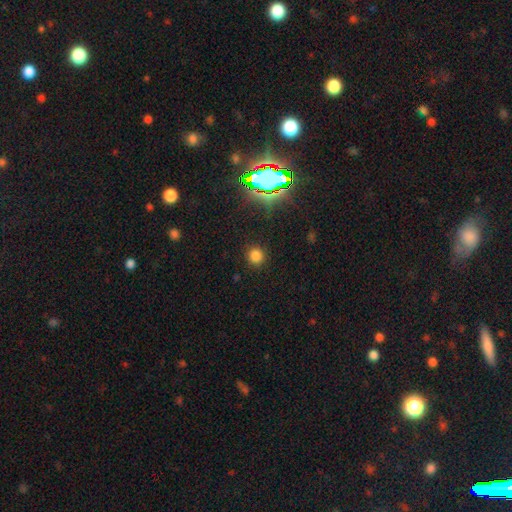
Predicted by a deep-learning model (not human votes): Smooth or featured: smooth — 76% (star or artifact — 19%)
How rounded: round — 91% (in between — 7%)
Merging: none — 90% (minor disturbance — 6%)